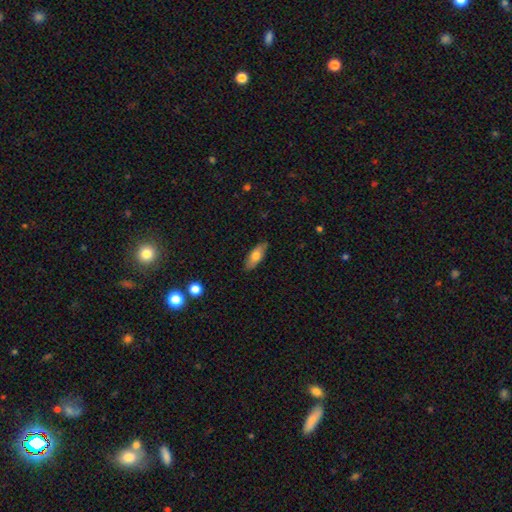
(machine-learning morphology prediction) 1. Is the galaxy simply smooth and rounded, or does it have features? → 69% smooth, 24% featured or disk, 6% star or artifact.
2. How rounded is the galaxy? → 73% in between, 24% cigar-shaped, 3% round.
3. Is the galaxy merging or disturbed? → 87% none, 10% minor disturbance, 2% major disturbance, 1% merger.